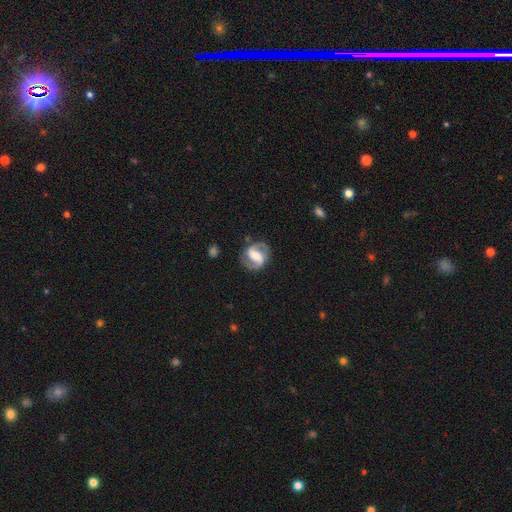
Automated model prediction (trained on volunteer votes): The model was most divided on "bar": strong: 46%, weak: 37%, no: 17%. More confident: edge-on disk — no (98%); spiral arms — yes (95%); spiral arm count — 2 (92%); smooth or featured — featured or disk (85%); merging — none (81%); spiral winding — medium (53%); bulge size — moderate (53%).